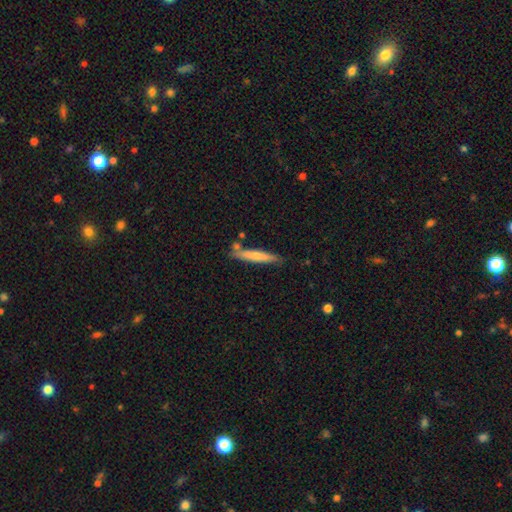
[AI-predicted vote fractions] smooth 67%, featured or disk 27%, star or artifact 6%. Down the decision tree: how rounded — cigar-shaped (92%); merging — none (77%).